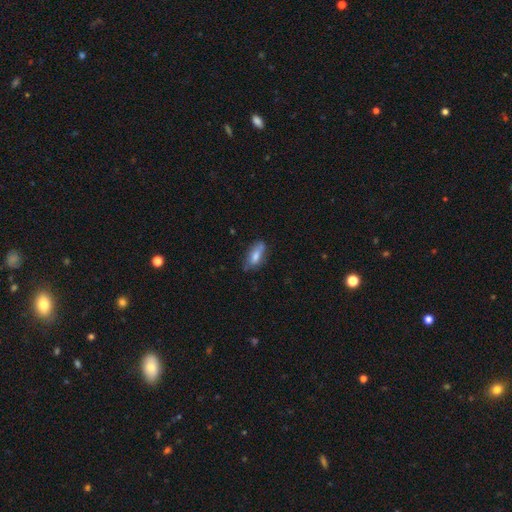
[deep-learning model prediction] Smooth or featured?
  - smooth: 69% *
  - featured or disk: 23%
  - star or artifact: 7%
How rounded?
  - in between: 74% *
  - cigar-shaped: 23%
  - round: 3%
Merging?
  - none: 63% *
  - minor disturbance: 28%
  - major disturbance: 7%
  - merger: 3%